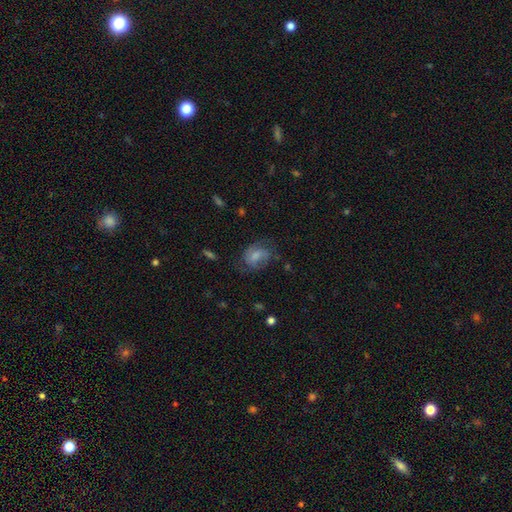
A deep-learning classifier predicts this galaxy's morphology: type=smooth (55%); roundness=in between (68%); merging=none (49%).